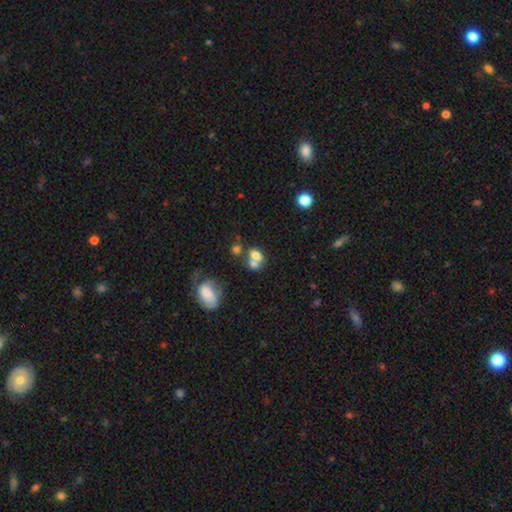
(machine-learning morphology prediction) Smooth or featured?
  - smooth: 70% *
  - featured or disk: 19%
  - star or artifact: 11%
How rounded?
  - in between: 61% *
  - round: 37%
  - cigar-shaped: 1%
Merging?
  - merger: 56% *
  - none: 28%
  - minor disturbance: 9%
  - major disturbance: 6%